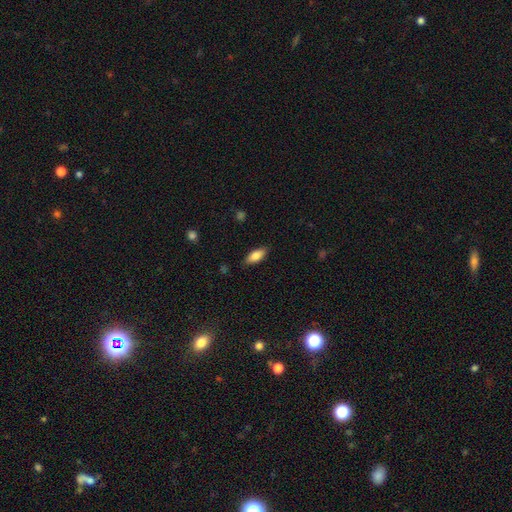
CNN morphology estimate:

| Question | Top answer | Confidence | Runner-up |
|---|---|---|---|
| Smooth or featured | smooth | 79% | featured or disk (15%) |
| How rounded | in between | 79% | cigar-shaped (19%) |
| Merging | none | 86% | minor disturbance (11%) |